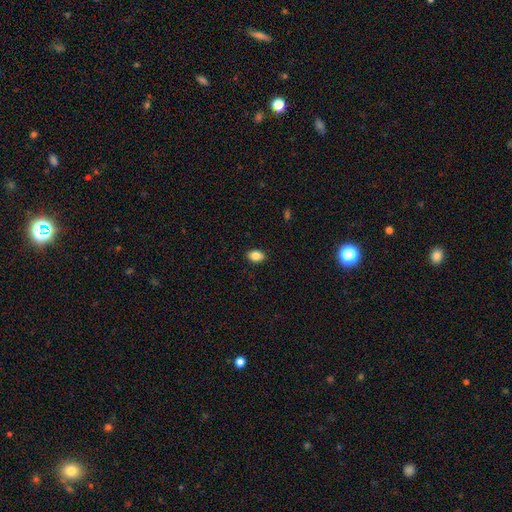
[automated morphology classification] Overall: smooth (86%). How rounded: in between (79%). Merging: none (90%).